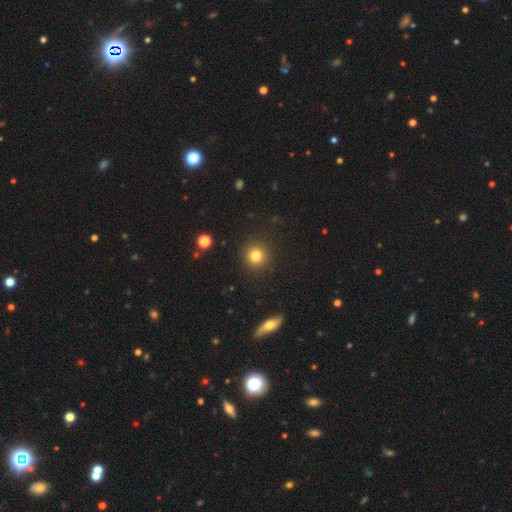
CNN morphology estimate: Smooth or featured? smooth (81%)
How rounded? round (93%)
Merging? none (91%)